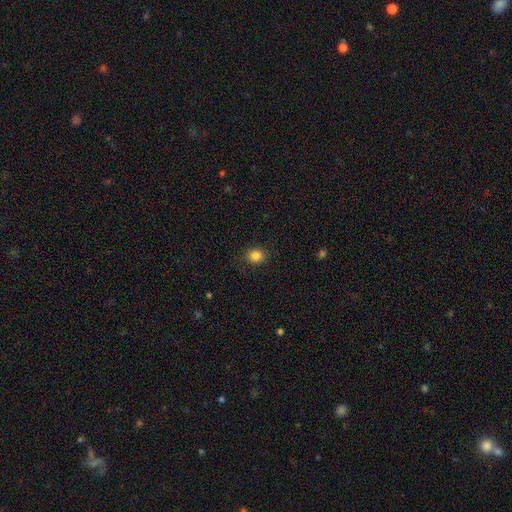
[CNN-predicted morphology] smooth-or-featured: smooth: 84% | star or artifact: 11% | featured or disk: 5%
  how-rounded: round: 66% | in between: 33% | cigar-shaped: 1%
  merging: none: 88% | minor disturbance: 8% | major disturbance: 3% | merger: 1%